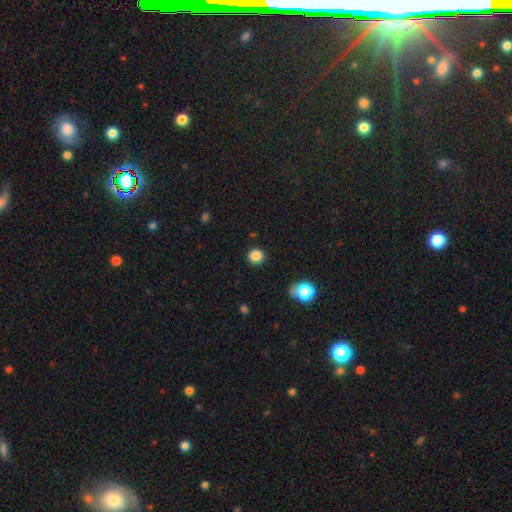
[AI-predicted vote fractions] A smooth galaxy with no disk features (85%) that is round (93%).

Vote fractions:
- Smooth or featured? smooth: 85% / star or artifact: 11% / featured or disk: 3%
- How rounded? round: 93% / in between: 6% / cigar-shaped: 1%
- Merging? none: 91% / minor disturbance: 6% / major disturbance: 2% / merger: 1%